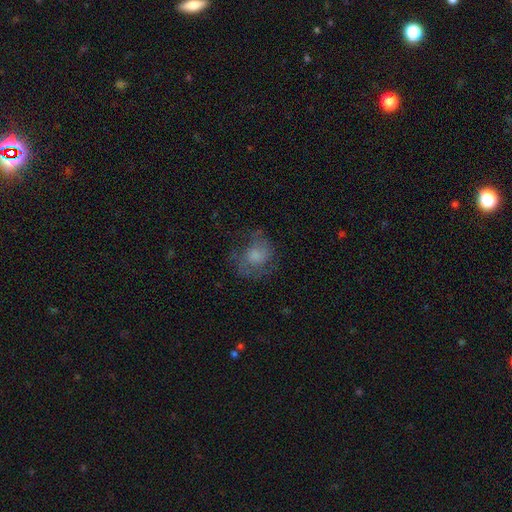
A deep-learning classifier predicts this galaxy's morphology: This appears to be a smooth galaxy with no disk features (51%) that is round (68%). Merging: none (56%).